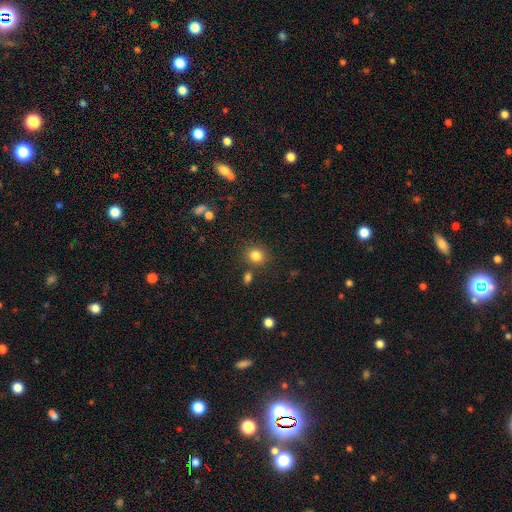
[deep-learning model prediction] The model was most divided on "how rounded": round: 78%, in between: 21%, cigar-shaped: 1%. More confident: smooth or featured — smooth (82%); merging — none (80%).